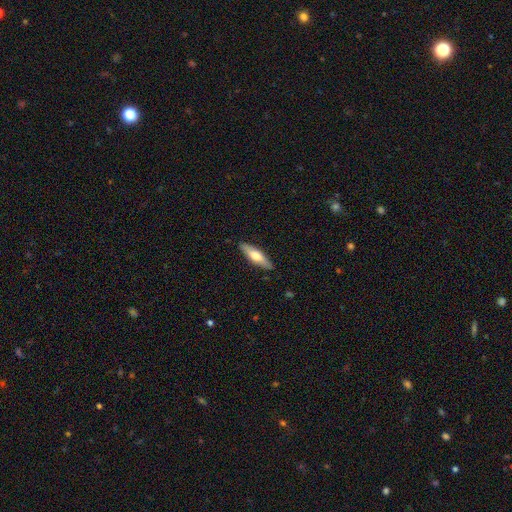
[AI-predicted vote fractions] smooth_or_featured: smooth (p=0.57) [alt: featured or disk p=0.37]
how_rounded: cigar-shaped (p=0.60) [alt: in between p=0.38]
merging: none (p=0.87) [alt: minor disturbance p=0.10]